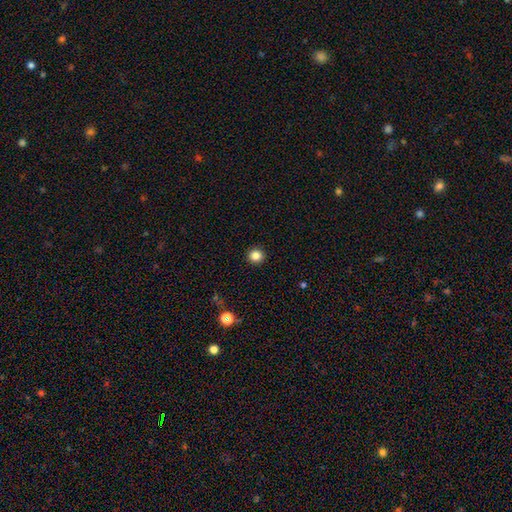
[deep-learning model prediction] Smooth or featured: smooth — 84% (star or artifact — 12%)
How rounded: round — 94% (in between — 5%)
Merging: none — 93% (minor disturbance — 4%)